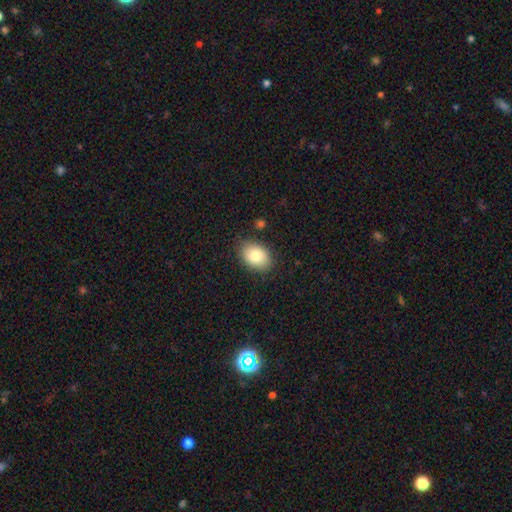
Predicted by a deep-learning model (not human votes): smooth_or_featured: smooth (p=0.84) [alt: featured or disk p=0.09]
how_rounded: in between (p=0.83) [alt: round p=0.16]
merging: none (p=0.82) [alt: minor disturbance p=0.13]